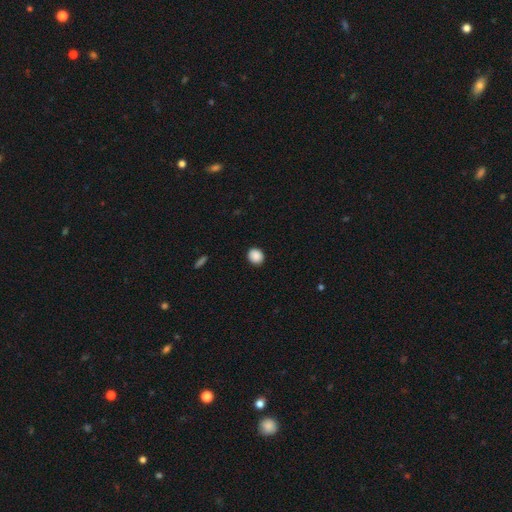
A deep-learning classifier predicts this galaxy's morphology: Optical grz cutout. It shows a smooth galaxy with no disk features (89%) that is round (78%). Merging: none (91%).